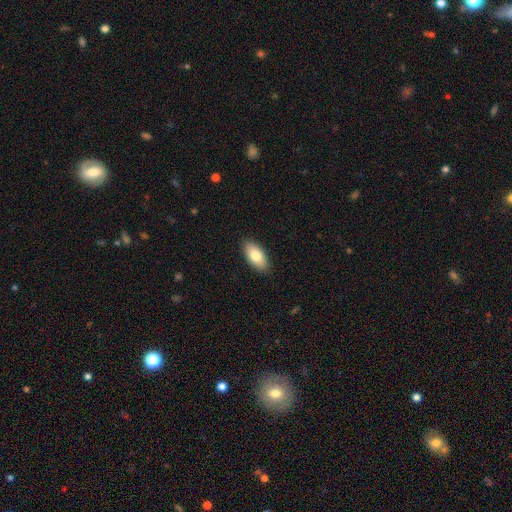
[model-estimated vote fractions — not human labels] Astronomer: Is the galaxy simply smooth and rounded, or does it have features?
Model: smooth — 79%.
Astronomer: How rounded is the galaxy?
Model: in between — 92%.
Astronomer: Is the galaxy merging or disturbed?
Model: none — 89%.